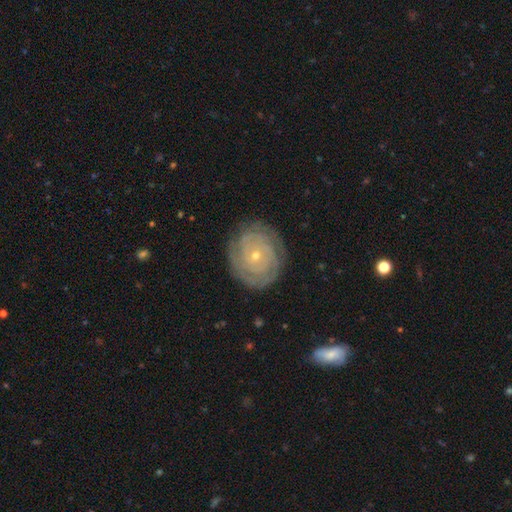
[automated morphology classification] A featured or disk galaxy (81%) with no bar (81%), tight (86%) spiral arms (93%) and a small central bulge (75%). Merging: none (84%).